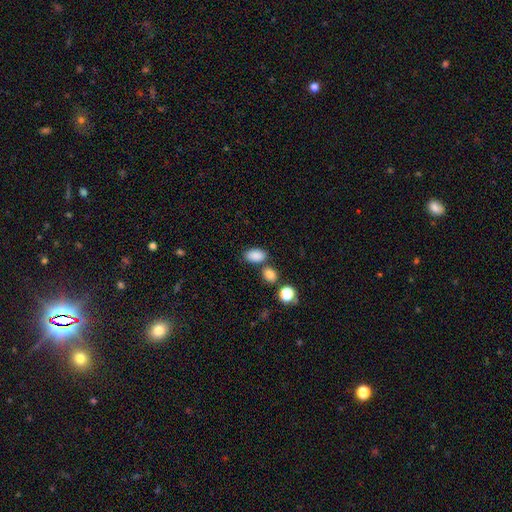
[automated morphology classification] Smooth or featured?
  - smooth: 86% *
  - star or artifact: 10%
  - featured or disk: 5%
How rounded?
  - in between: 89% *
  - round: 10%
  - cigar-shaped: 2%
Merging?
  - none: 69% *
  - merger: 16%
  - minor disturbance: 12%
  - major disturbance: 4%